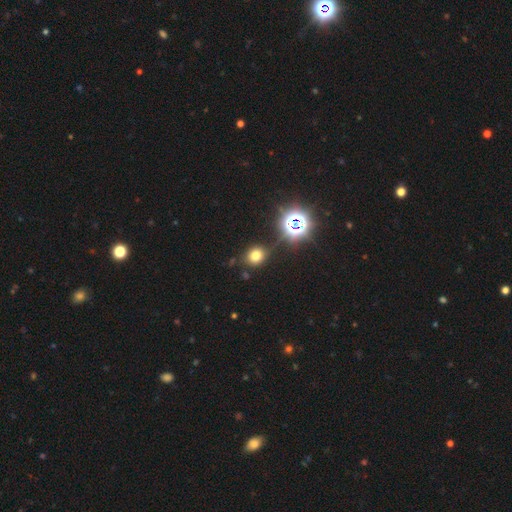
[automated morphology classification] Smooth or featured? Predicted: smooth (p=0.71). How rounded? Predicted: round (p=0.67). Merging? Predicted: none (p=0.80).